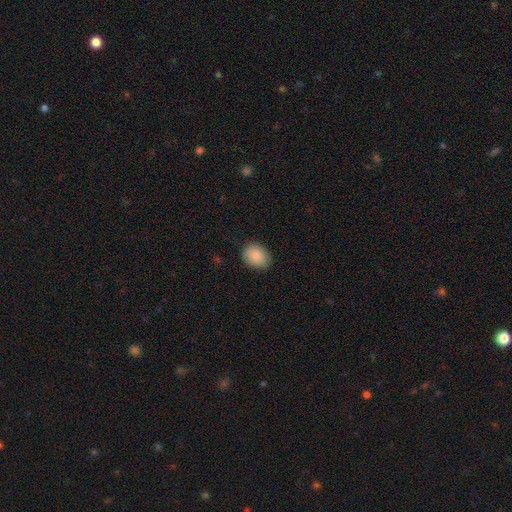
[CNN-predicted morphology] A smooth galaxy with no disk features (88%) that is in between round and cigar-shaped (57%).

Vote fractions:
- Smooth or featured? smooth: 88% / star or artifact: 7% / featured or disk: 5%
- How rounded? in between: 57% / round: 42% / cigar-shaped: 1%
- Merging? none: 84% / minor disturbance: 12% / major disturbance: 3% / merger: 1%